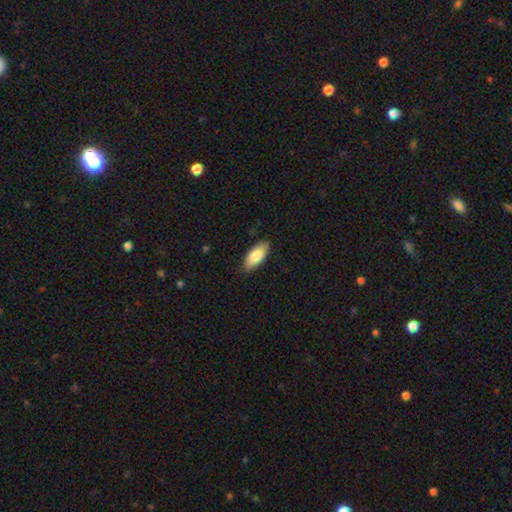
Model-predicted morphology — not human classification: The model was most divided on "smooth or featured": smooth: 83%, featured or disk: 11%, star or artifact: 6%. More confident: merging — none (87%); how rounded — in between (86%).